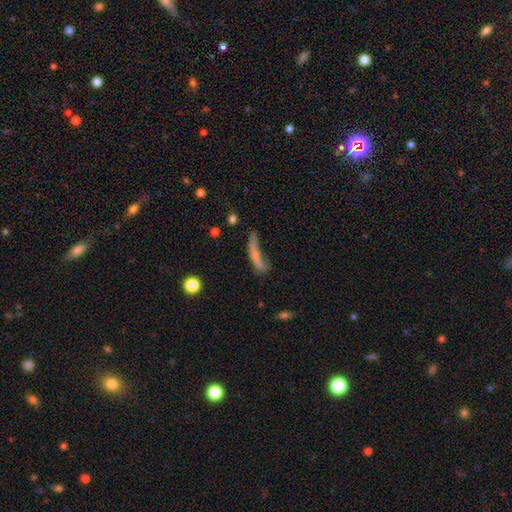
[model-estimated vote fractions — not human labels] A smooth galaxy with no disk features (59%) that is cigar-shaped (78%). Merging: none (33%, tied with major disturbance).